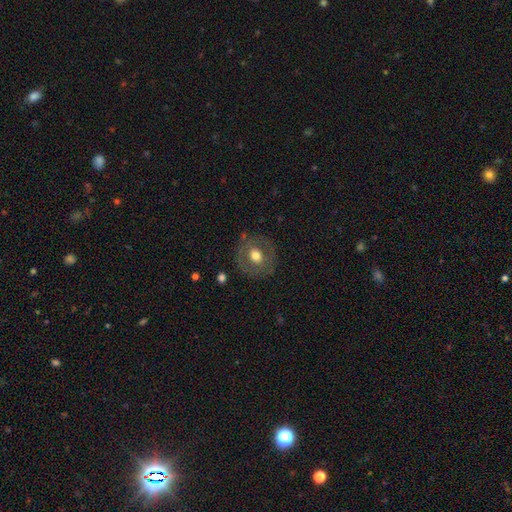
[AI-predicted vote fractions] Smooth or featured?
  - smooth: 54% *
  - featured or disk: 38%
  - star or artifact: 8%
How rounded?
  - round: 83% *
  - in between: 16%
  - cigar-shaped: 1%
Merging?
  - none: 83% *
  - minor disturbance: 11%
  - major disturbance: 5%
  - merger: 1%